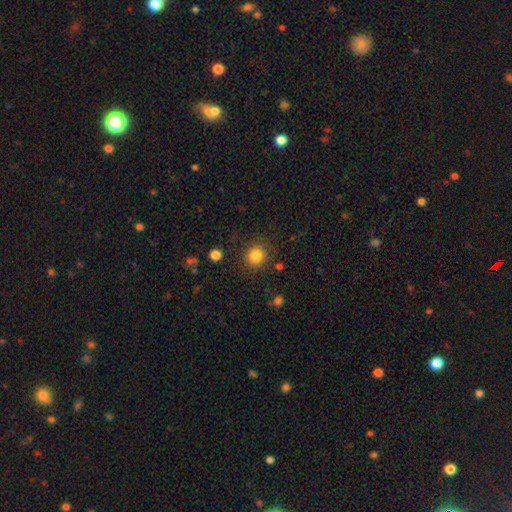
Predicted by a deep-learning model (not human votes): Morphology: type=smooth (83%); roundness=round (87%); merging=none (86%).